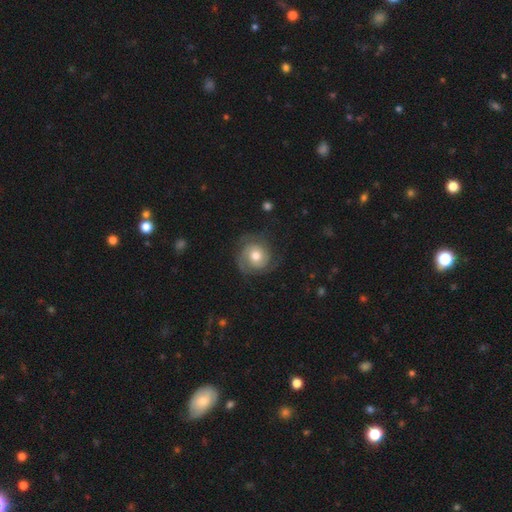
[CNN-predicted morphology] featured or disk 71%, smooth 23%, star or artifact 6%. Down the decision tree: edge-on disk — no (98%); bar — no (77%); spiral arms — yes (92%); spiral arm count — 2 (51%); spiral winding — tight (58%); bulge size — moderate (69%); merging — none (71%).